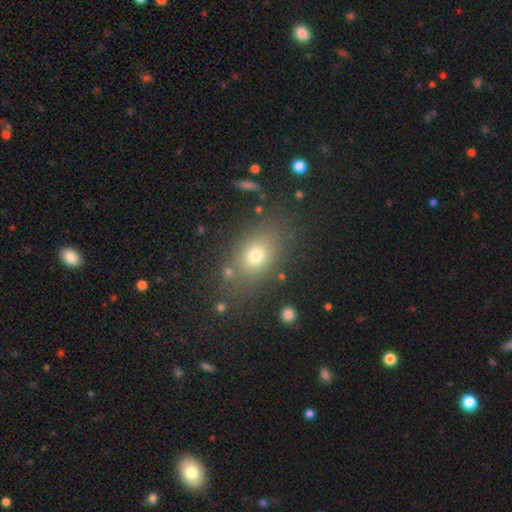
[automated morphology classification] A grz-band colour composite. It shows a smooth galaxy with no disk features (71%) that is in between round and cigar-shaped (67%). Merging: none (79%).